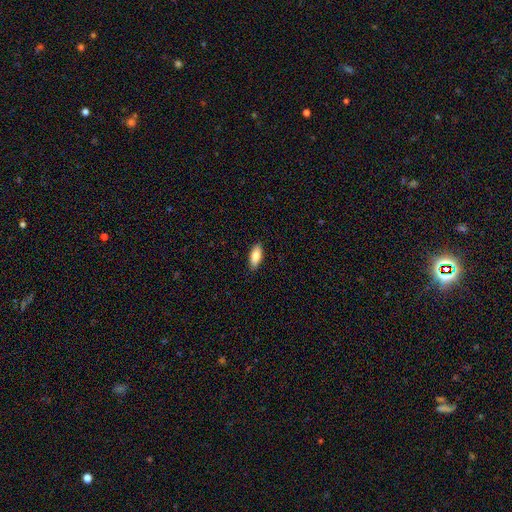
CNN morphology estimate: Overall: smooth (82%). How rounded: in between (82%). Merging: none (89%).